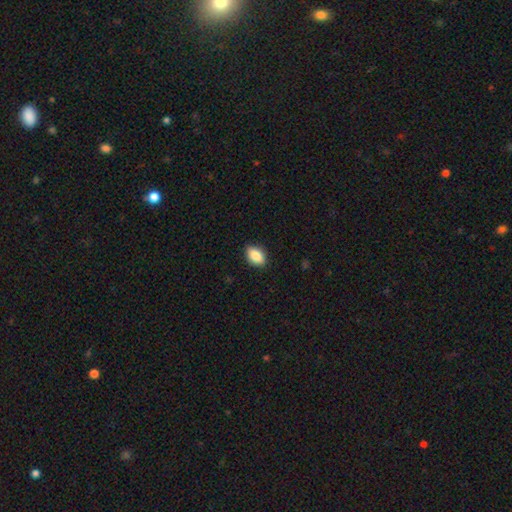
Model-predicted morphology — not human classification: type=smooth (86%); roundness=in between (86%); merging=none (87%).